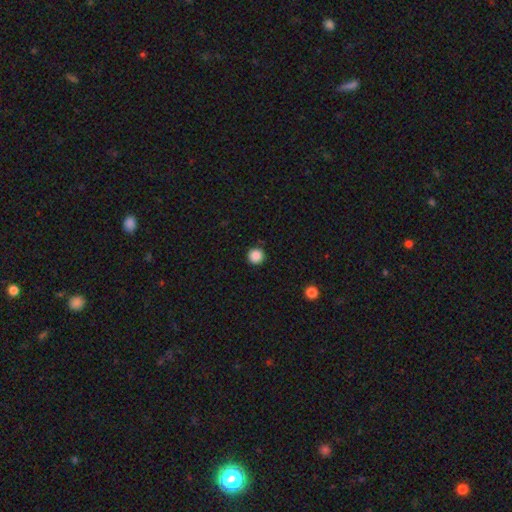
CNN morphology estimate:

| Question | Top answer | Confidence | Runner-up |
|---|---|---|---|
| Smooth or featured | smooth | 87% | star or artifact (10%) |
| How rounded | round | 96% | in between (3%) |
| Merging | none | 91% | minor disturbance (6%) |